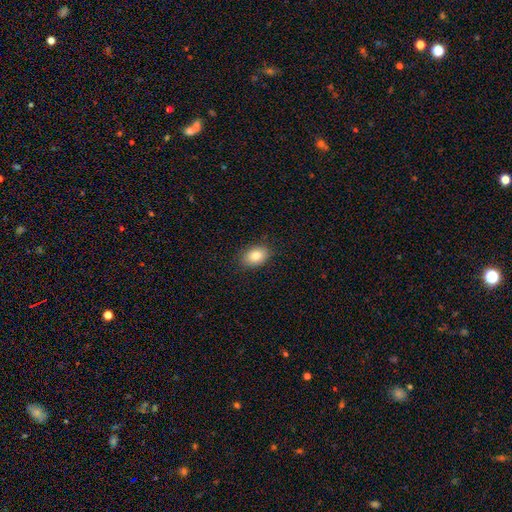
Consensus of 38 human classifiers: smooth_or_featured: smooth (p=0.87) [alt: featured or disk p=0.11]
how_rounded: in between (p=0.82) [alt: round p=0.18]
merging: none (p=0.92) [alt: minor disturbance p=0.05]